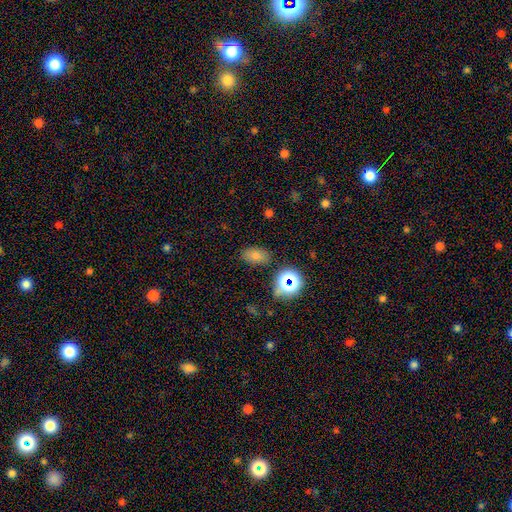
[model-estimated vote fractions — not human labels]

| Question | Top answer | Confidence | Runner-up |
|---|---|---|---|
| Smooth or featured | smooth | 72% | star or artifact (19%) |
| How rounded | in between | 87% | round (11%) |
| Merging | none | 81% | minor disturbance (12%) |